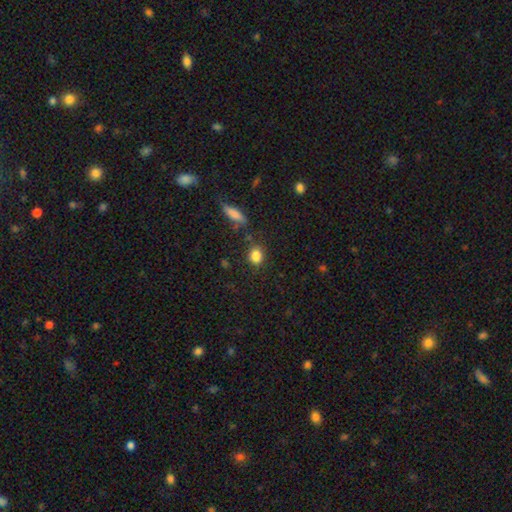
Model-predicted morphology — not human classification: A smooth galaxy with no disk features (85%) that is round (49%).

Vote fractions:
- Smooth or featured? smooth: 85% / star or artifact: 10% / featured or disk: 5%
- How rounded? round: 49% / in between: 48% / cigar-shaped: 3%
- Merging? none: 79% / minor disturbance: 12% / merger: 5% / major disturbance: 4%